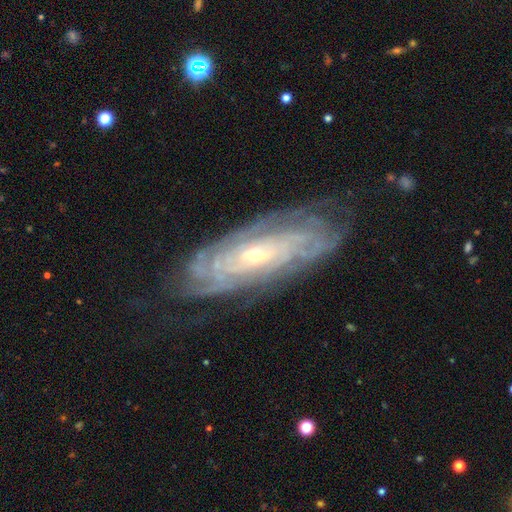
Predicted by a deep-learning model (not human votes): The model was most divided on "spiral arm count": can't tell: 44%, 4: 16%, more than 4: 15%, 3: 10%, 2: 10%, 1: 6%. More confident: spiral arms — yes (96%); edge-on disk — no (89%); smooth or featured — featured or disk (87%); spiral winding — tight (81%); merging — none (77%); bar — no (65%); bulge size — small (63%).